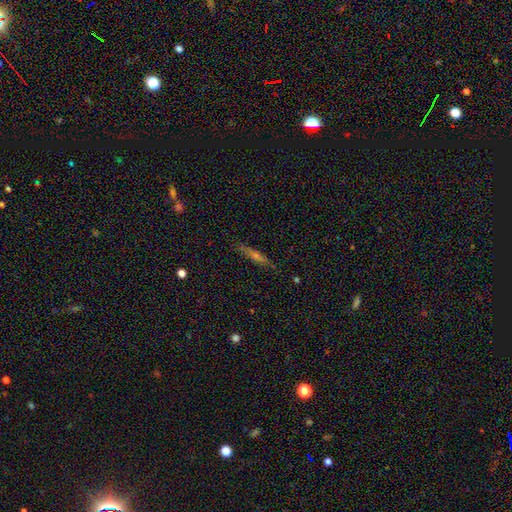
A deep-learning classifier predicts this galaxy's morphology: A featured or disk galaxy (60%) viewed edge-on (94%) with a rounded central bulge (79%).

Vote fractions:
- Smooth or featured? featured or disk: 60% / smooth: 28% / star or artifact: 11%
- Edge-on disk? yes: 94% / no: 6%
- Edge-on bulge? rounded: 79% / none: 17% / boxy: 4%
- Merging? none: 87% / minor disturbance: 9% / major disturbance: 2% / merger: 1%